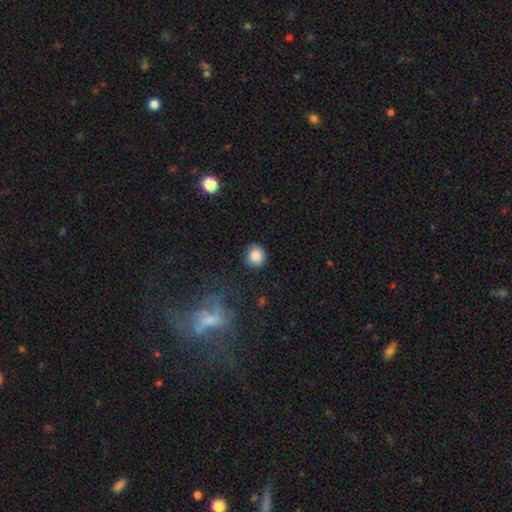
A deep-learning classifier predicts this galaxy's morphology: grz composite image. It shows a smooth galaxy with no disk features (86%) that is round (86%). Merging: none (87%).